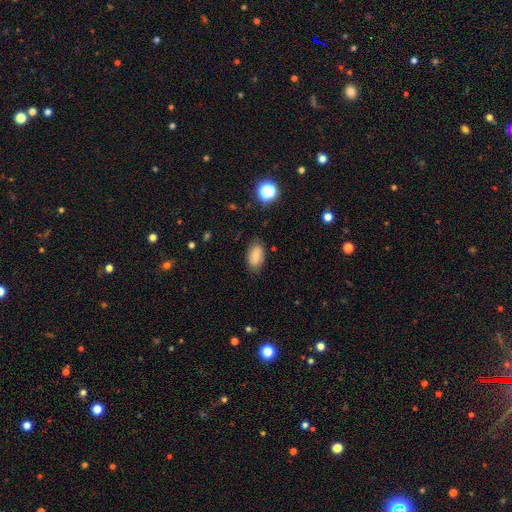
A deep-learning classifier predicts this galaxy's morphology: Q: Smooth or featured?
A: smooth (77%); runner-up: featured or disk (13%)
Q: How rounded?
A: in between (92%); runner-up: round (6%)
Q: Merging?
A: none (77%); runner-up: minor disturbance (17%)